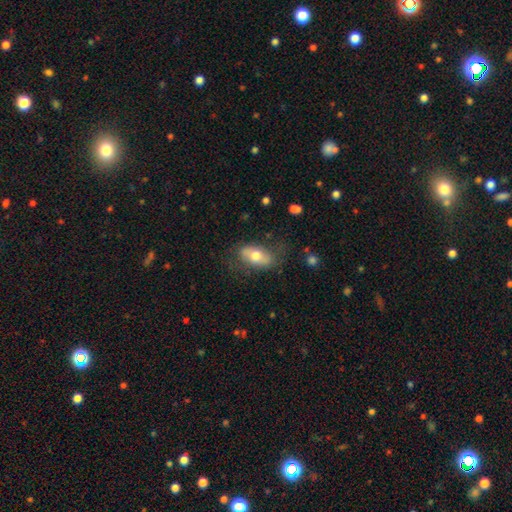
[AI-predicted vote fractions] Smooth or featured?
  - smooth: 61% *
  - featured or disk: 32%
  - star or artifact: 7%
How rounded?
  - in between: 88% *
  - round: 7%
  - cigar-shaped: 5%
Merging?
  - none: 68% *
  - minor disturbance: 21%
  - major disturbance: 9%
  - merger: 2%